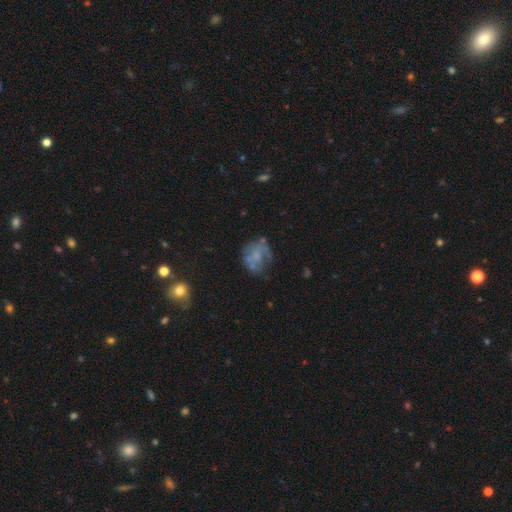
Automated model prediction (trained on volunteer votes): smooth-or-featured: featured or disk: 51% | smooth: 37% | star or artifact: 12%
  disk-edge-on: no: 98% | yes: 2%
  merging: none: 49% | minor disturbance: 24% | major disturbance: 20% | merger: 7%